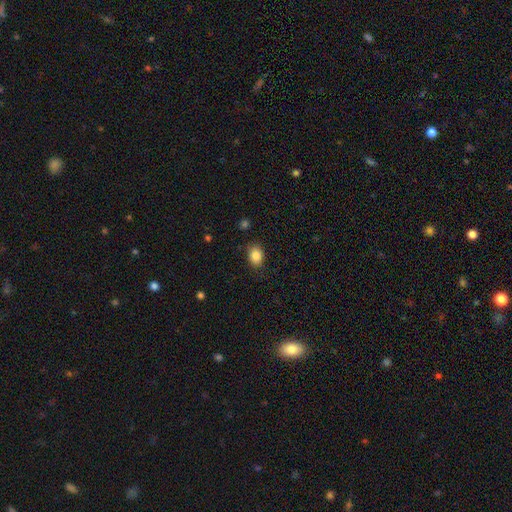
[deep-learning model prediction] Overall: smooth (85%). How rounded: in between (65%; round 34%). Merging: none (81%).